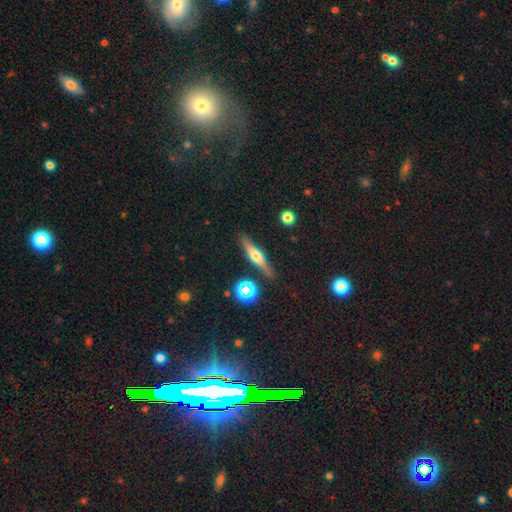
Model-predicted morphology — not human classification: This is likely a featured or disk galaxy (60%). It is clearly viewed edge-on (95%). Edge-on bulge: clearly rounded (87%). Merging: clearly none (86%).